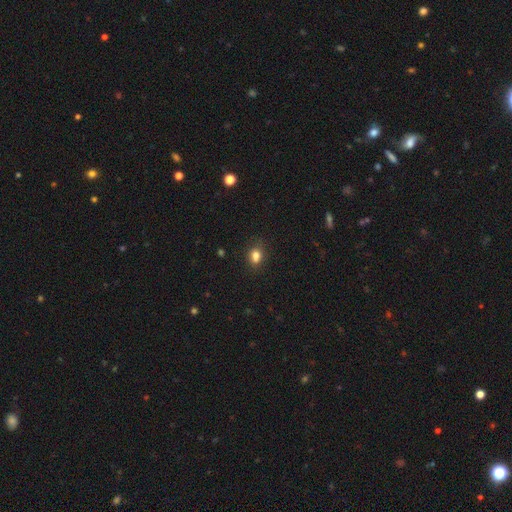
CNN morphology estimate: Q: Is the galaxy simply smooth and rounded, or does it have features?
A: smooth — 81%.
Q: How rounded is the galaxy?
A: in between — 58%.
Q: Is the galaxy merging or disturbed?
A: none — 70%.